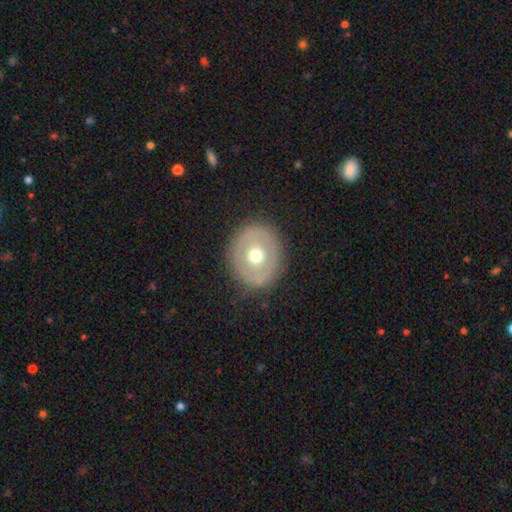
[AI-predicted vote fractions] smooth-or-featured: featured or disk: 49% | smooth: 44% | star or artifact: 6%
  merging: none: 84% | minor disturbance: 11% | major disturbance: 4% | merger: 1%